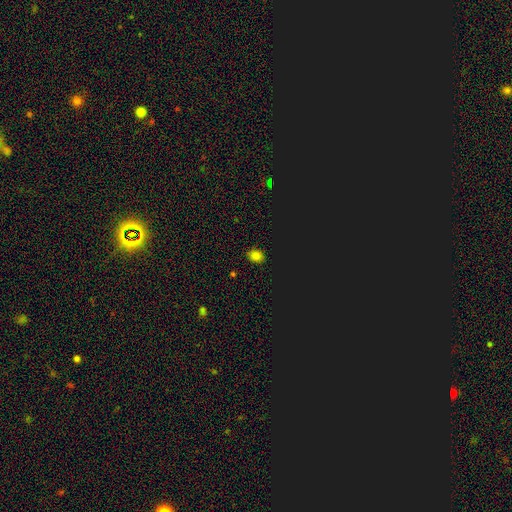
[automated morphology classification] The model was most divided on "how rounded": round: 59%, in between: 39%, cigar-shaped: 1%. More confident: merging — none (85%); smooth or featured — smooth (71%).